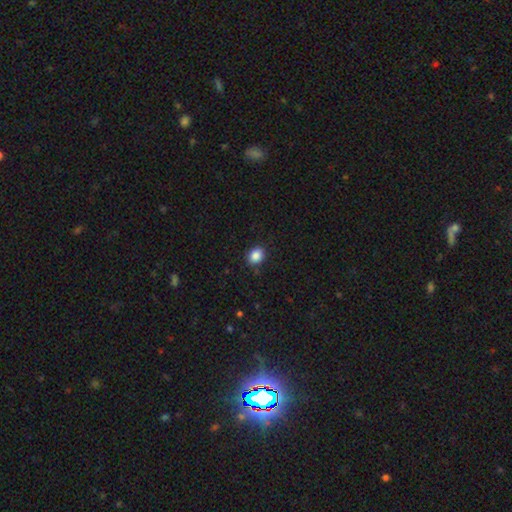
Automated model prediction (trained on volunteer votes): A smooth galaxy with no disk features (87%) that is in between round and cigar-shaped (56%).

Vote fractions:
- Smooth or featured? smooth: 87% / star or artifact: 9% / featured or disk: 4%
- How rounded? in between: 56% / round: 43% / cigar-shaped: 1%
- Merging? none: 87% / minor disturbance: 10% / major disturbance: 2% / merger: 1%